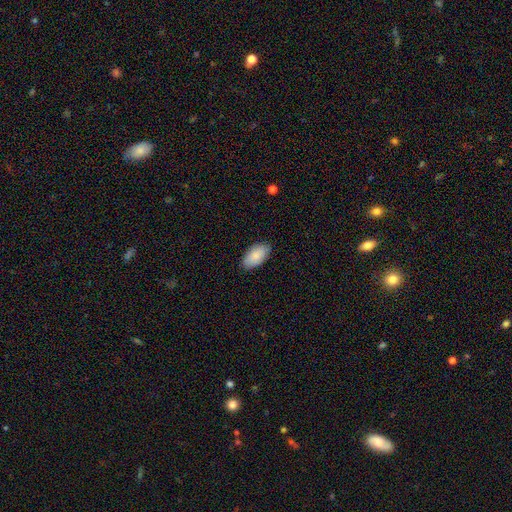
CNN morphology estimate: smooth_or_featured: smooth (p=0.87) [alt: featured or disk p=0.07]
how_rounded: in between (p=0.95) [alt: cigar-shaped p=0.03]
merging: none (p=0.84) [alt: minor disturbance p=0.13]